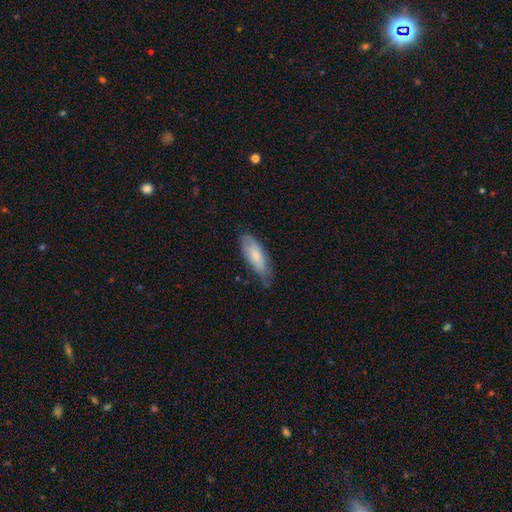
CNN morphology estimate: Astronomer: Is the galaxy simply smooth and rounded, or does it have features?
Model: smooth — 71%.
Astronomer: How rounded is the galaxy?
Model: in between — 67%.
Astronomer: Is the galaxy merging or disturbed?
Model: none — 62%.